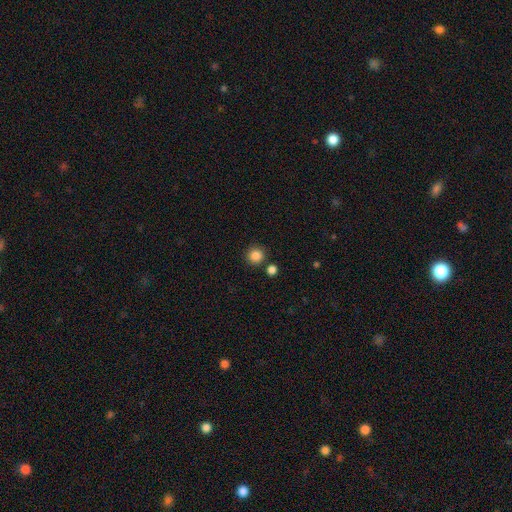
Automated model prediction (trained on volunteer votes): Smooth or featured? smooth (86%)
How rounded? round (93%)
Merging? none (83%)